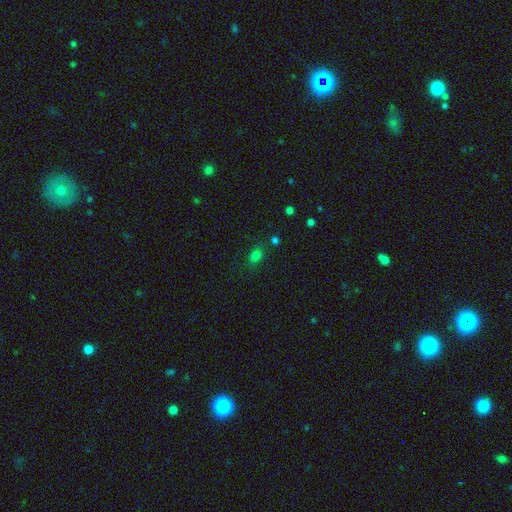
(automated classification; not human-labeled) smooth_or_featured: smooth (p=0.76) [alt: star or artifact p=0.19]
how_rounded: in between (p=0.58) [alt: round p=0.40]
merging: none (p=0.77) [alt: minor disturbance p=0.14]